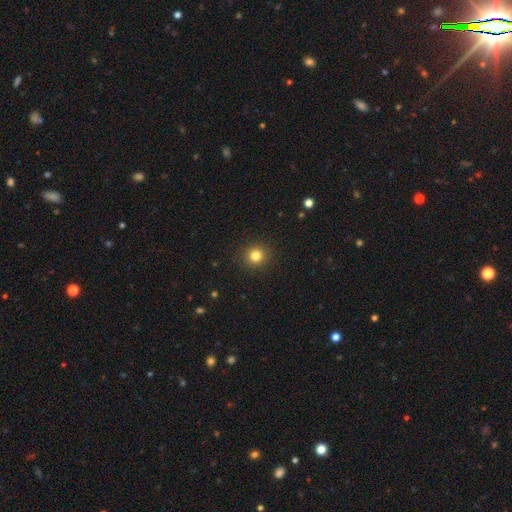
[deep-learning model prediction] Morphology: type=smooth (81%); roundness=round (93%); merging=none (92%).